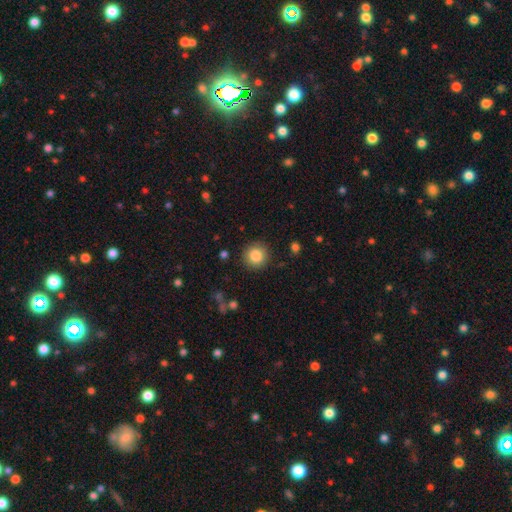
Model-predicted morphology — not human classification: Smooth or featured?
  - smooth: 85% *
  - star or artifact: 9%
  - featured or disk: 6%
How rounded?
  - round: 93% *
  - in between: 6%
  - cigar-shaped: 1%
Merging?
  - none: 89% *
  - minor disturbance: 7%
  - major disturbance: 2%
  - merger: 1%